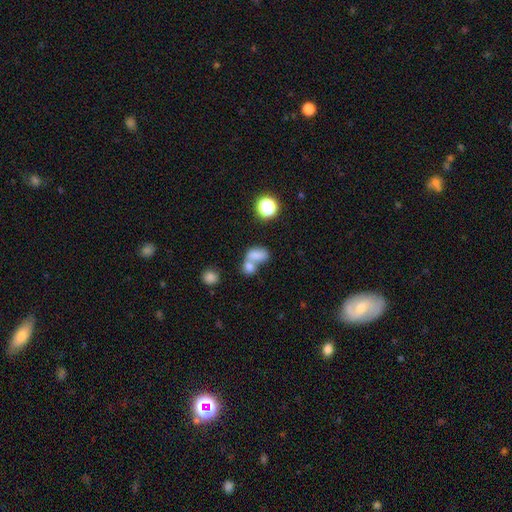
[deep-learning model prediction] smooth-or-featured: smooth: 75% | featured or disk: 13% | star or artifact: 12%
  how-rounded: in between: 80% | round: 18% | cigar-shaped: 2%
  merging: merger: 68% | none: 20% | minor disturbance: 7% | major disturbance: 5%